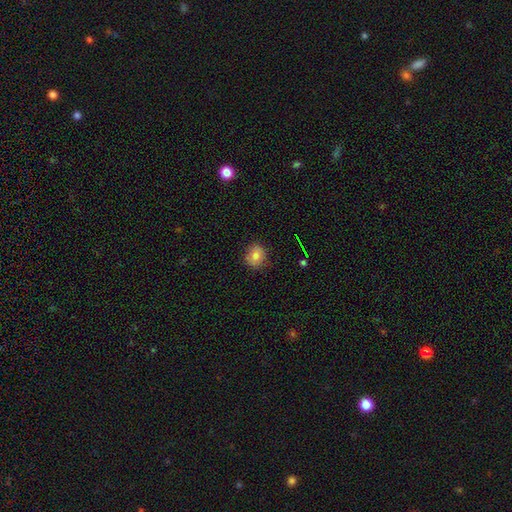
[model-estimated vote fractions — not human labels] Q: Smooth or featured?
A: smooth (77%); runner-up: star or artifact (12%)
Q: How rounded?
A: round (76%); runner-up: in between (23%)
Q: Merging?
A: none (83%); runner-up: minor disturbance (13%)